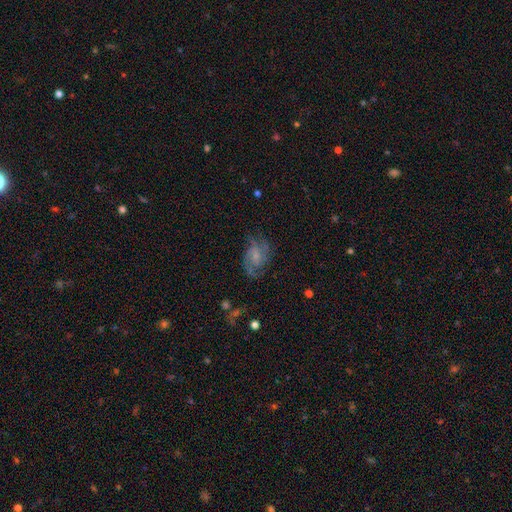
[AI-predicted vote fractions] Morphology: type=featured or disk (75%); edge-on=no (97%); bar=no (52%); spiral arms=yes (92%); winding=medium (50%); arm count=2 (51%); bulge=small (52%); merging=none (65%).